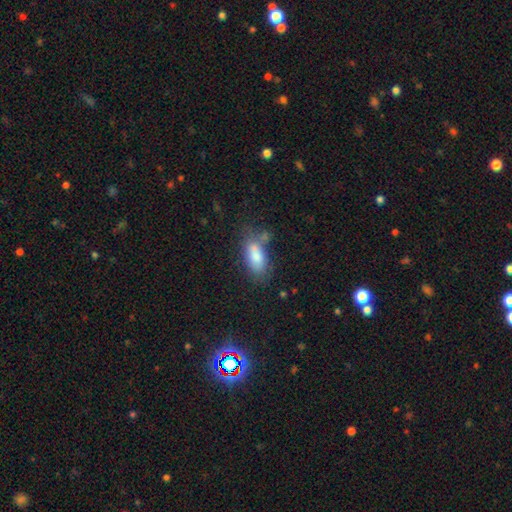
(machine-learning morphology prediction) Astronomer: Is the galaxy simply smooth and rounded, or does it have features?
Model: smooth — 77%.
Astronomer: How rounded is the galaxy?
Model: in between — 86%.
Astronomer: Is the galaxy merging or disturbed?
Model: none — 48% (runner-up: minor disturbance, 24%).